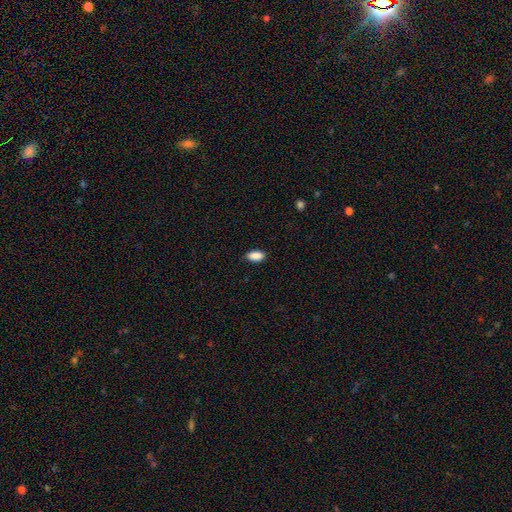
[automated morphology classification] Smooth or featured? Predicted: smooth (p=0.90). How rounded? Predicted: in between (p=0.93). Merging? Predicted: none (p=0.83).